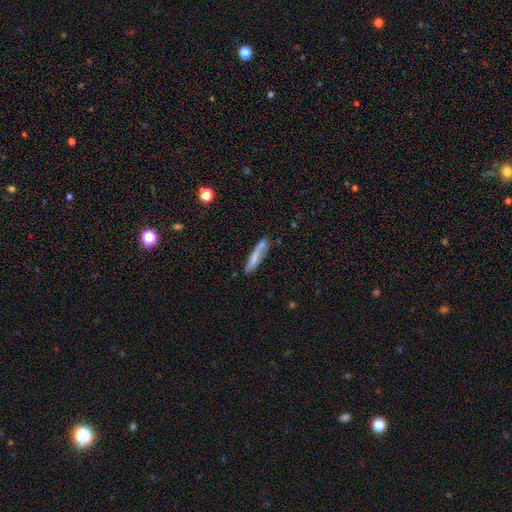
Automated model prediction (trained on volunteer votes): Smooth or featured: smooth — 64% (featured or disk — 30%)
How rounded: cigar-shaped — 89% (in between — 10%)
Merging: none — 72% (minor disturbance — 18%)